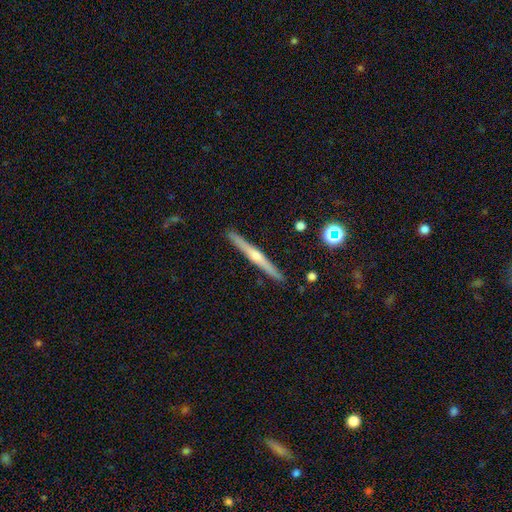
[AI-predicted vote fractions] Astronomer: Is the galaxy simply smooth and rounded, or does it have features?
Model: featured or disk — 67%.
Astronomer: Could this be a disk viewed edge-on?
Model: yes — 98%.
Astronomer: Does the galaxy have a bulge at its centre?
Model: rounded — 74%.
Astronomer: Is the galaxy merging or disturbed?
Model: none — 91%.